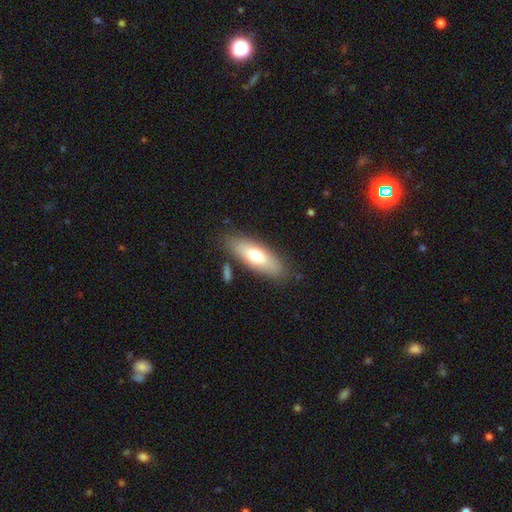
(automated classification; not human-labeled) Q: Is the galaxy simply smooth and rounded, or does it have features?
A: smooth — 68%.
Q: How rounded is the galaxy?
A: in between — 66%.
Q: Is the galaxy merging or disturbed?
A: none — 82%.